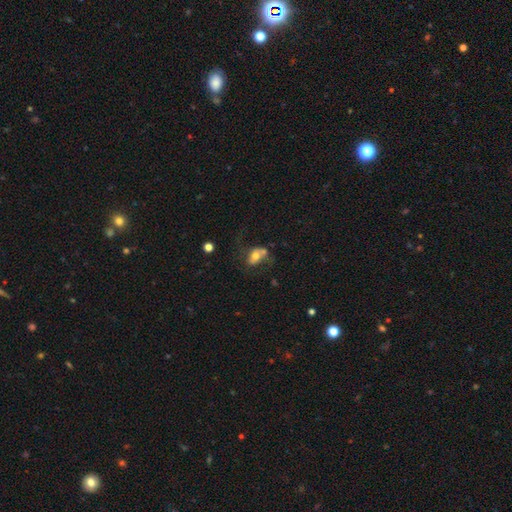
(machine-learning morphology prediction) type=smooth (56%); roundness=in between (73%); merging=none (36%).